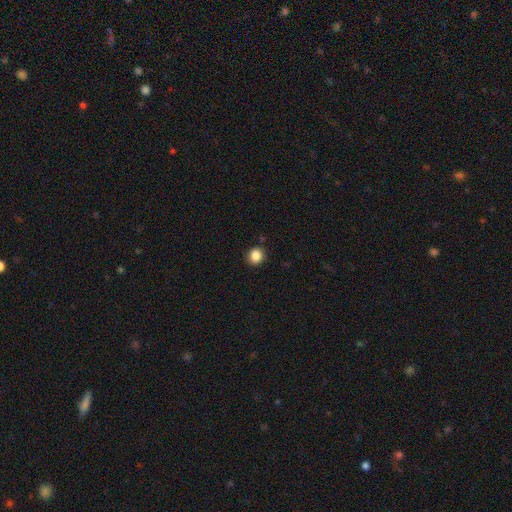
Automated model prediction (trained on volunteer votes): Smooth or featured? smooth (86%)
How rounded? round (85%)
Merging? none (90%)